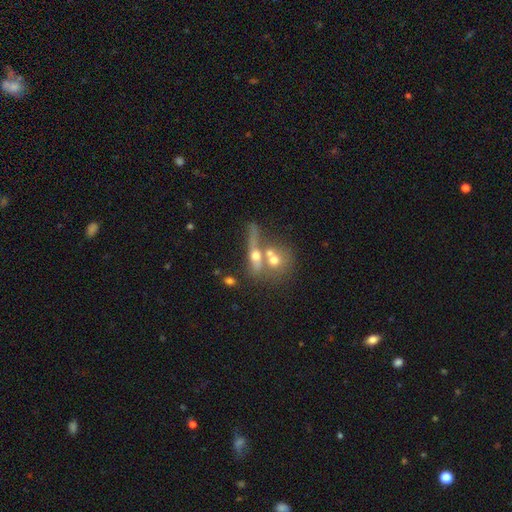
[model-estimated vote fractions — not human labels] Smooth or featured? smooth (45%)
Merging? merger (56%)